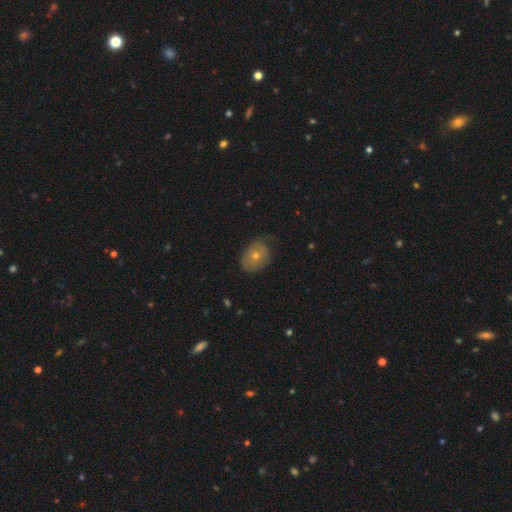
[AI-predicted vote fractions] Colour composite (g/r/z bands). It shows a smooth galaxy with no disk features (50%) that is in between round and cigar-shaped (60%). Merging: none (65%).